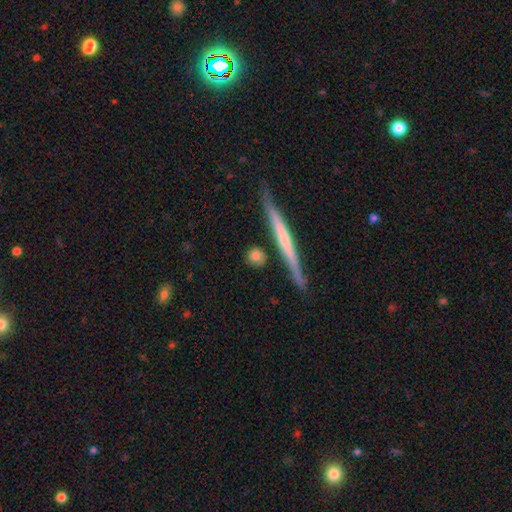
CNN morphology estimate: smooth 77%, featured or disk 16%, star or artifact 7%. Down the decision tree: how rounded — round (65%); merging — none (81%).